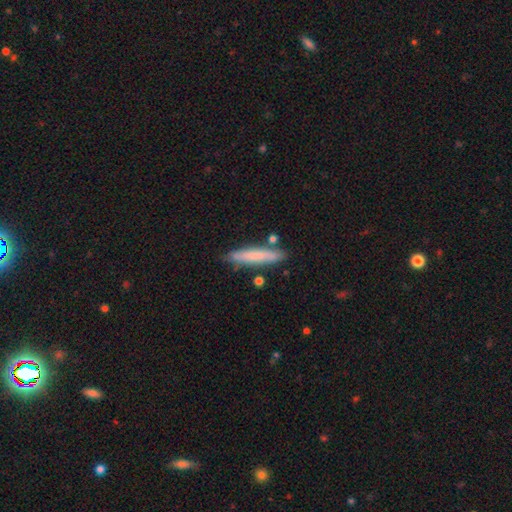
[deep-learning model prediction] Morphology: type=smooth (72%); roundness=cigar-shaped (91%); merging=none (80%).